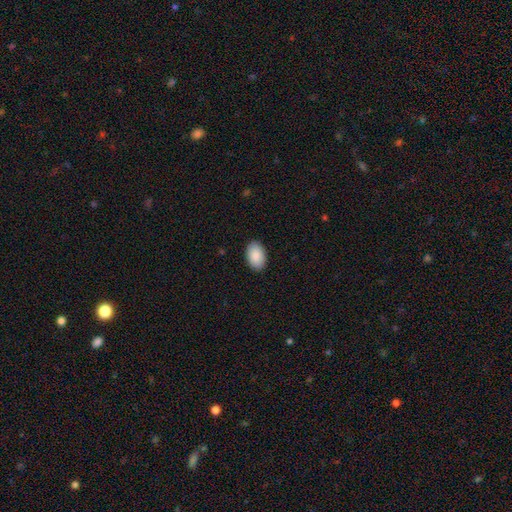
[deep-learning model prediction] Smooth or featured: smooth — 90% (star or artifact — 6%)
How rounded: in between — 93% (round — 5%)
Merging: none — 90% (minor disturbance — 8%)